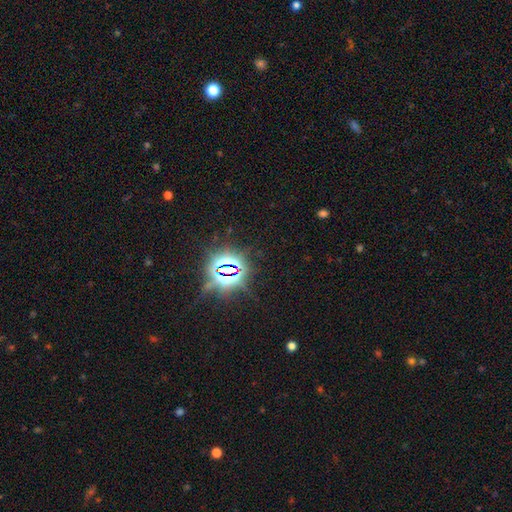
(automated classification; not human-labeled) This is clearly a star or artifact rather than a galaxy (84%).